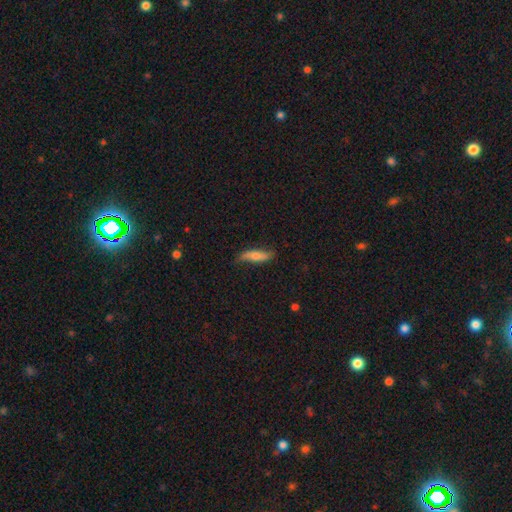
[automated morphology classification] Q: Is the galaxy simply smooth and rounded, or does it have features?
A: smooth — 59%.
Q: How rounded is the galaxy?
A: cigar-shaped — 64%.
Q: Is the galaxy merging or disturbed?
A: none — 75%.